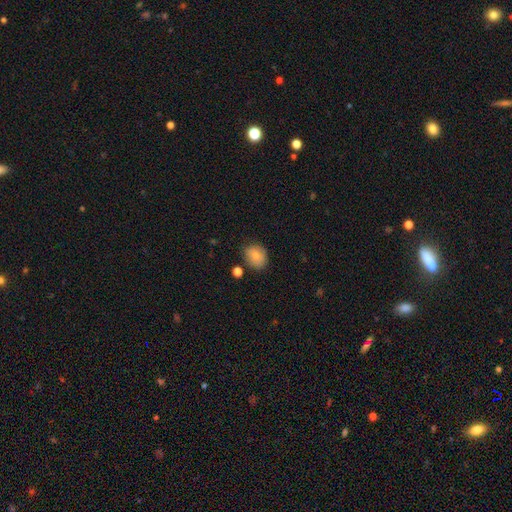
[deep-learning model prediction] smooth-or-featured: smooth: 78% | featured or disk: 13% | star or artifact: 9%
  how-rounded: round: 58% | in between: 41% | cigar-shaped: 1%
  merging: none: 72% | minor disturbance: 19% | merger: 4% | major disturbance: 4%